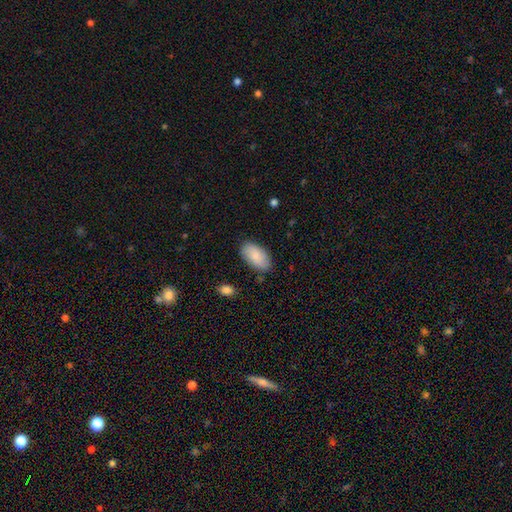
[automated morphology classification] Q: Smooth or featured?
A: smooth (84%); runner-up: featured or disk (10%)
Q: How rounded?
A: in between (95%); runner-up: round (2%)
Q: Merging?
A: none (84%); runner-up: minor disturbance (12%)